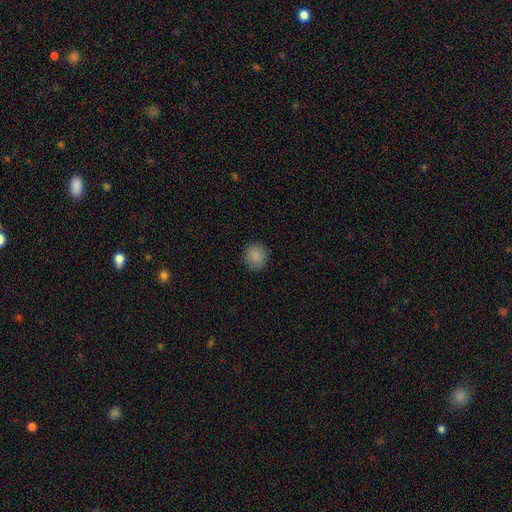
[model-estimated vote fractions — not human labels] Morphology: type=smooth (87%); roundness=round (87%); merging=none (89%).